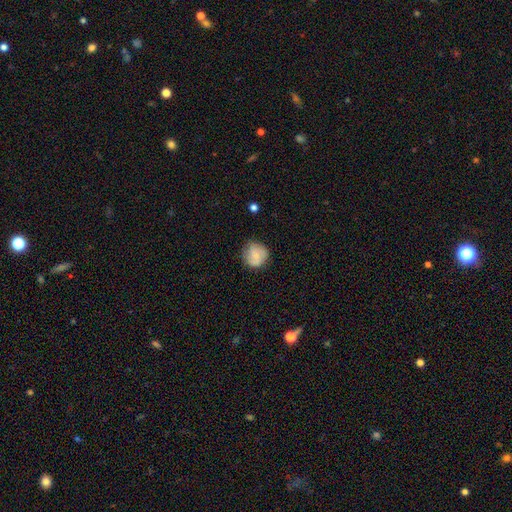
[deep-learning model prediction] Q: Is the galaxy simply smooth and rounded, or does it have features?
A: smooth — 68%.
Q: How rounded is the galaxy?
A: round — 87%.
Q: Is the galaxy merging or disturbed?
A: none — 69%.